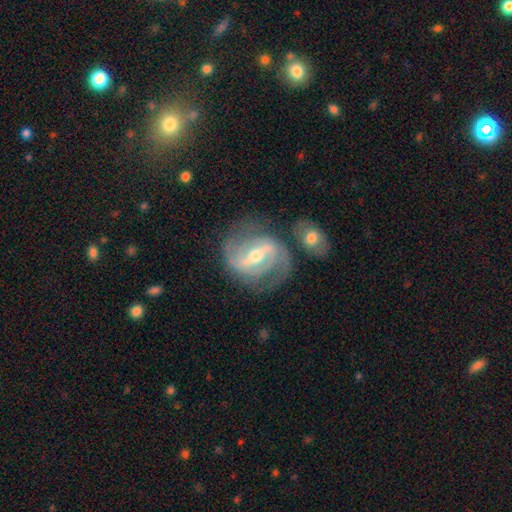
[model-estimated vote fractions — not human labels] Overall: featured or disk (87%). Edge-on disk: no (96%). Bar: strong (60%; weak 32%). Spiral arms: yes (94%). Spiral arm count: 2 (76%). Spiral winding: medium (47%; tight 35%). Bulge size: moderate (60%; small 36%). Merging: none (70%).